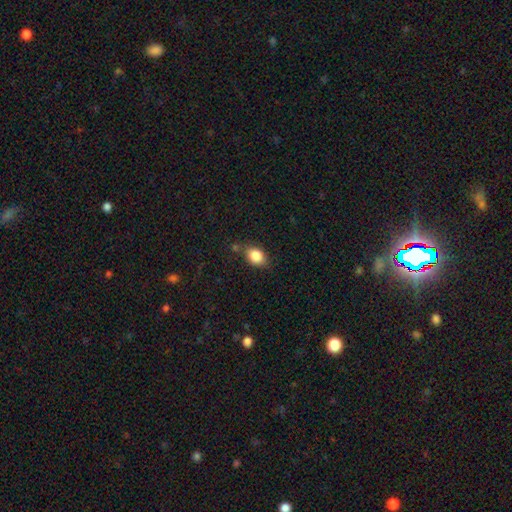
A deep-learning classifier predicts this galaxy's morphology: smooth 84%, star or artifact 9%, featured or disk 6%. Down the decision tree: how rounded — in between (62%); merging — none (70%).